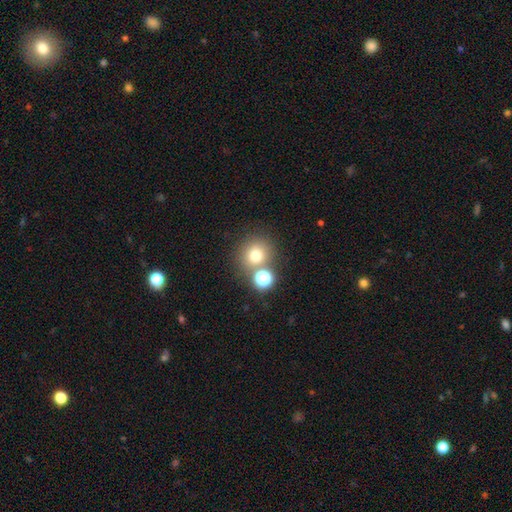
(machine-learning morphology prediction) Smooth or featured?
  - smooth: 73% *
  - star or artifact: 17%
  - featured or disk: 9%
How rounded?
  - round: 88% *
  - in between: 11%
  - cigar-shaped: 1%
Merging?
  - none: 67% *
  - merger: 21%
  - minor disturbance: 8%
  - major disturbance: 4%